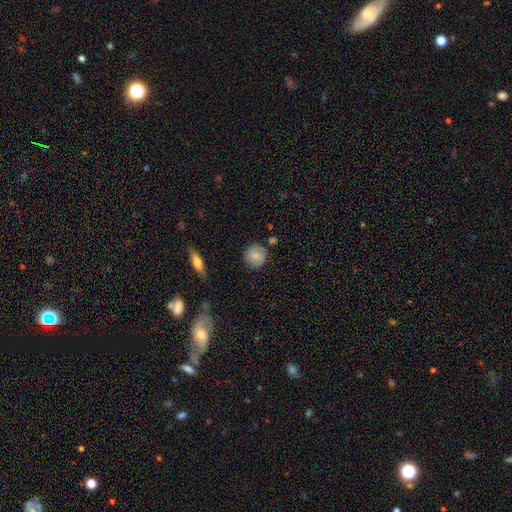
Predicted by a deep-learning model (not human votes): A smooth galaxy with no disk features (76%) that is round (90%).

Vote fractions:
- Smooth or featured? smooth: 76% / featured or disk: 17% / star or artifact: 7%
- How rounded? round: 90% / in between: 9% / cigar-shaped: 1%
- Merging? none: 81% / minor disturbance: 13% / merger: 3% / major disturbance: 3%